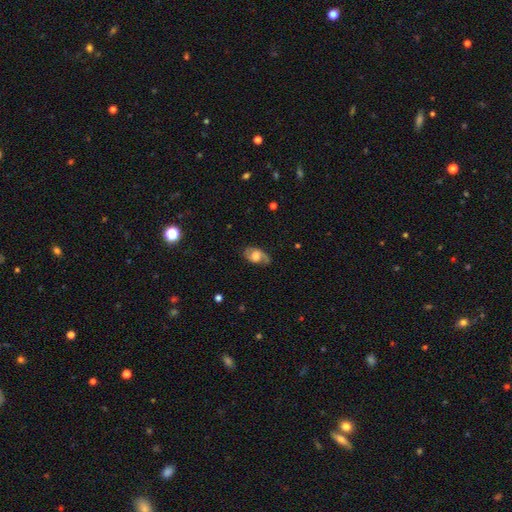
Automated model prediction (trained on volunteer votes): This is possibly a featured or disk galaxy (55%). It is clearly not viewed edge-on (92%). Bar: possibly no (59%). Spiral arm pattern: likely yes (76%). Central bulge: possibly large (48%). Merging: likely none (65%).